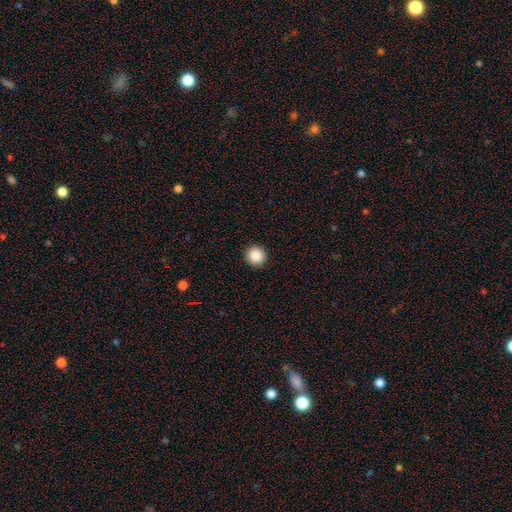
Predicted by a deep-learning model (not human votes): A smooth galaxy with no disk features (87%) that is round (96%).

Vote fractions:
- Smooth or featured? smooth: 87% / star or artifact: 9% / featured or disk: 3%
- How rounded? round: 96% / in between: 3% / cigar-shaped: 1%
- Merging? none: 93% / minor disturbance: 4% / major disturbance: 1% / merger: 1%